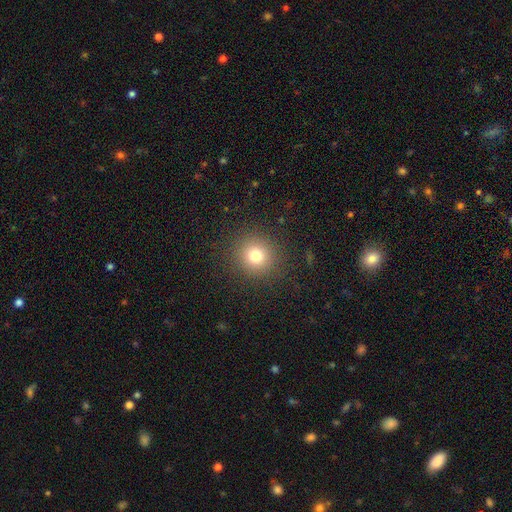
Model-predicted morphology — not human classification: This appears to be a smooth galaxy with no disk features (77%) that is round (91%). Merging: none (89%).